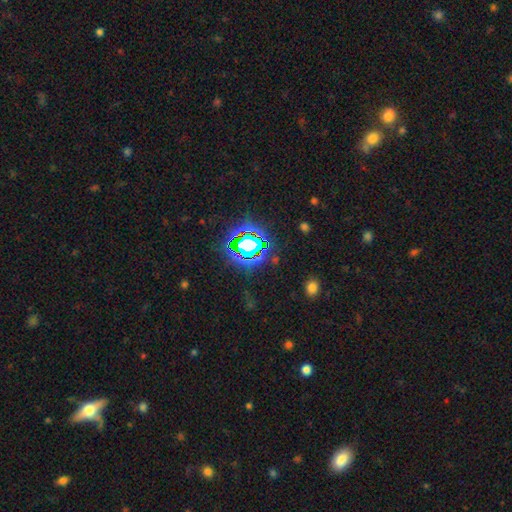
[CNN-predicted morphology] type=star or artifact (77%).